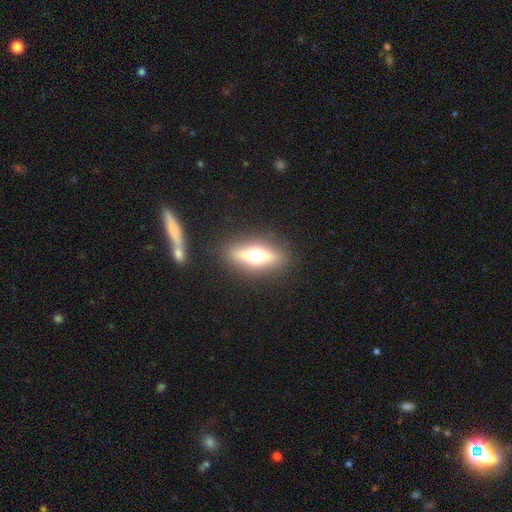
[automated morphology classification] Overall: featured or disk (55%; smooth 35%). Edge-on disk: yes (83%). Merging: none (87%).